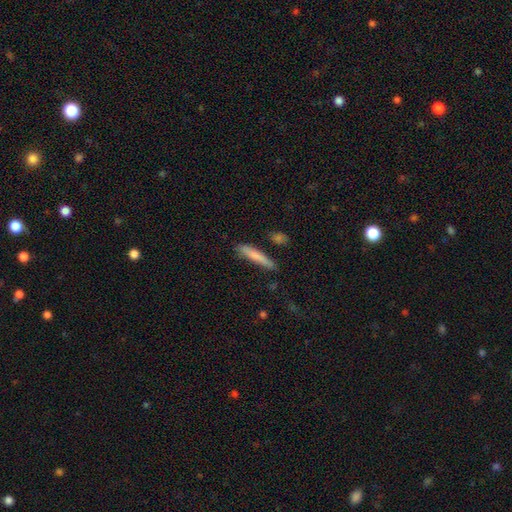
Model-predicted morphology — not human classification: A smooth galaxy with no disk features (77%) that is cigar-shaped (93%).

Vote fractions:
- Smooth or featured? smooth: 77% / featured or disk: 17% / star or artifact: 6%
- How rounded? cigar-shaped: 93% / in between: 6% / round: 1%
- Merging? none: 78% / minor disturbance: 15% / merger: 3% / major disturbance: 3%